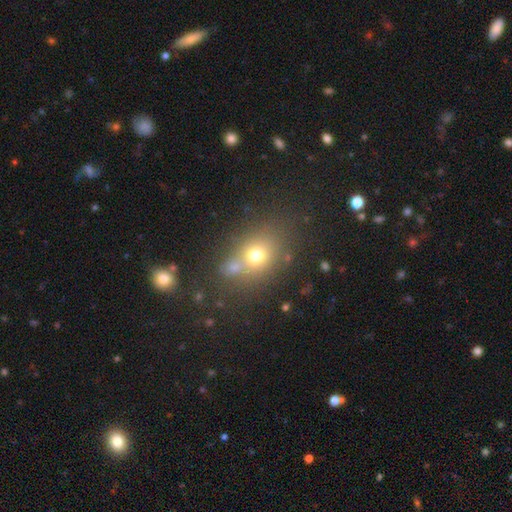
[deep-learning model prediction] smooth-or-featured: smooth: 68% | star or artifact: 17% | featured or disk: 15%
  how-rounded: round: 50% | in between: 48% | cigar-shaped: 2%
  merging: none: 59% | merger: 22% | minor disturbance: 13% | major disturbance: 6%